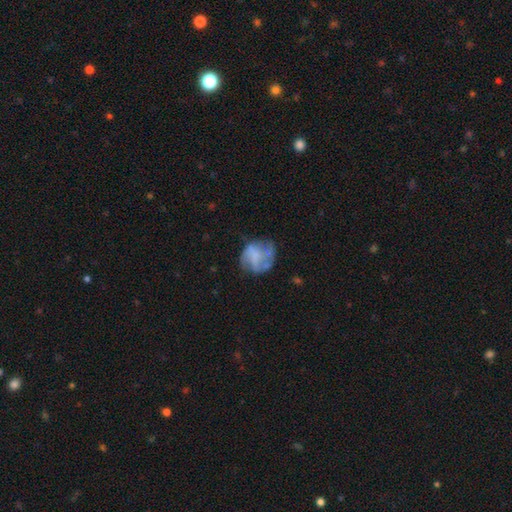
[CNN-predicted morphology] smooth-or-featured: featured or disk: 53% | smooth: 38% | star or artifact: 9%
  disk-edge-on: no: 98% | yes: 2%
    bar: no: 74% | weak: 21% | strong: 6%
    has-spiral-arms: no: 51% | yes: 49%
    bulge-size: none: 64% | small: 16% | moderate: 14% | large: 5% | dominant: 2%
  merging: none: 53% | minor disturbance: 24% | major disturbance: 21% | merger: 3%